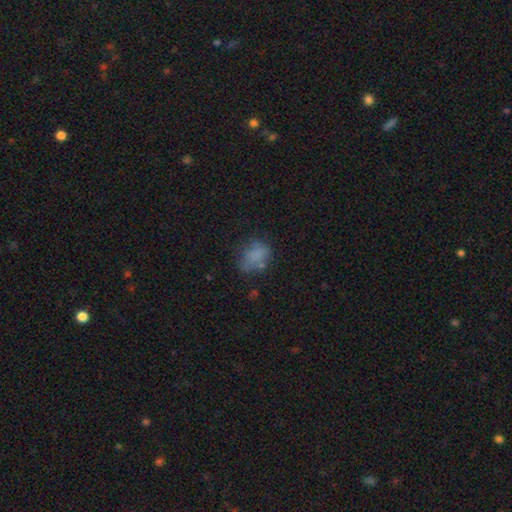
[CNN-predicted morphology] This appears to be a smooth galaxy with no disk features (72%) that is in between round and cigar-shaped (65%). Merging: none (53%).